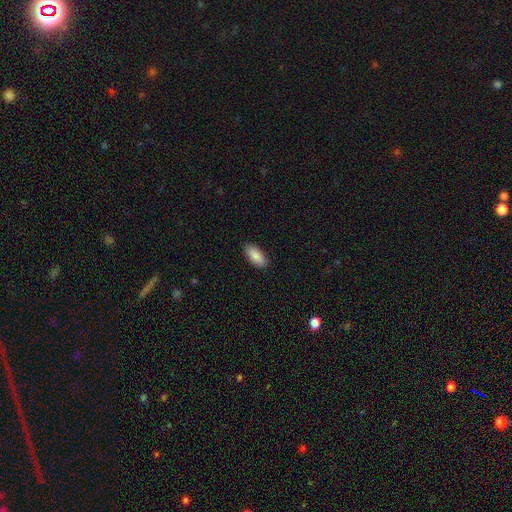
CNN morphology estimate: A smooth galaxy with no disk features (87%) that is in between round and cigar-shaped (87%).

Vote fractions:
- Smooth or featured? smooth: 87% / featured or disk: 7% / star or artifact: 6%
- How rounded? in between: 87% / cigar-shaped: 12% / round: 2%
- Merging? none: 88% / minor disturbance: 9% / major disturbance: 2% / merger: 1%